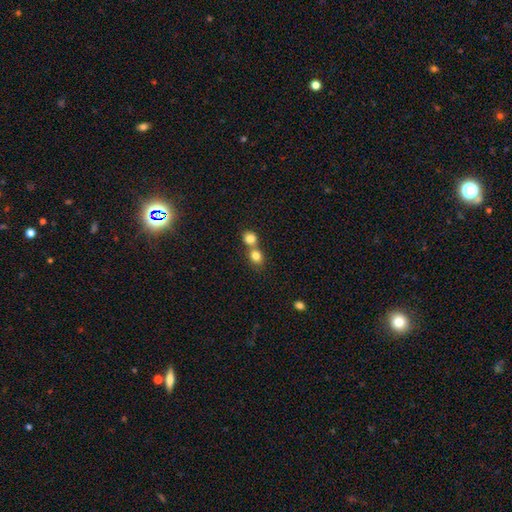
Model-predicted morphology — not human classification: A smooth galaxy with no disk features (81%) that is round (71%). Merging: merger (57%).